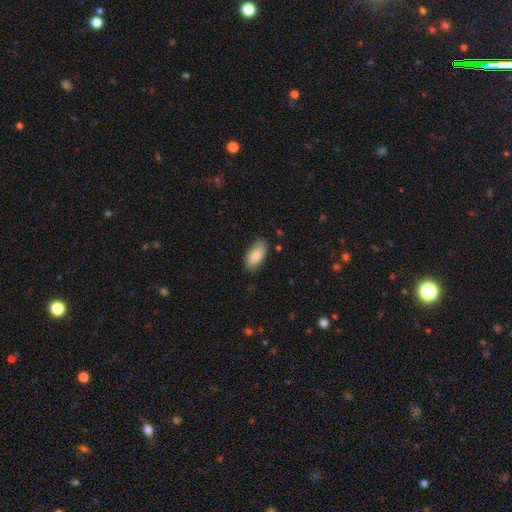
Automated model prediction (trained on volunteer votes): Q: Smooth or featured?
A: smooth (86%); runner-up: featured or disk (8%)
Q: How rounded?
A: in between (94%); runner-up: cigar-shaped (4%)
Q: Merging?
A: none (78%); runner-up: minor disturbance (18%)